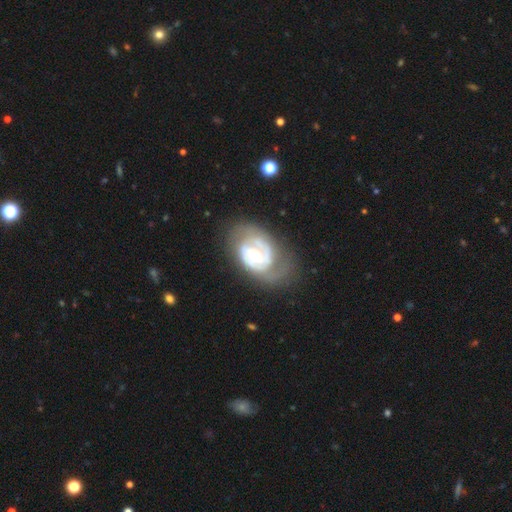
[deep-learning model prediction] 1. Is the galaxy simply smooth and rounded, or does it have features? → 86% featured or disk, 10% smooth, 4% star or artifact.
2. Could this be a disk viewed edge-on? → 97% no, 3% yes.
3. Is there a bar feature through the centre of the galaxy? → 51% no, 37% weak, 12% strong.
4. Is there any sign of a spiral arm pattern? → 91% yes, 9% no.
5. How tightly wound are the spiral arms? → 57% tight, 34% medium, 9% loose.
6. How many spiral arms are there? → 66% 2, 16% can't tell, 7% 1, 7% 3, 2% 4, 2% more than 4.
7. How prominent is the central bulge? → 66% moderate, 28% small, 4% large, 1% none, 1% dominant.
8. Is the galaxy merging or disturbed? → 62% none, 22% minor disturbance, 13% major disturbance, 2% merger.